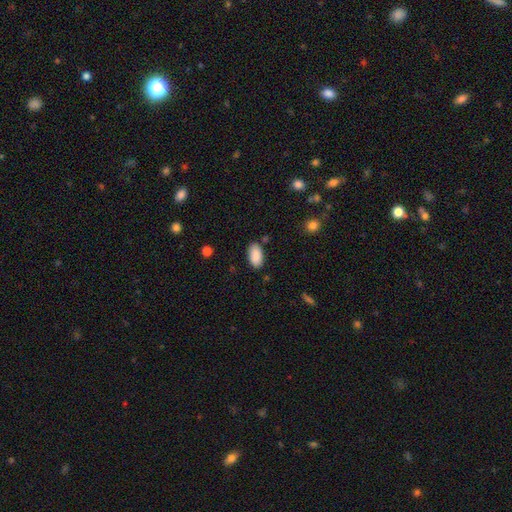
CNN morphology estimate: Smooth or featured? Predicted: smooth (p=0.90). How rounded? Predicted: in between (p=0.95). Merging? Predicted: none (p=0.84).